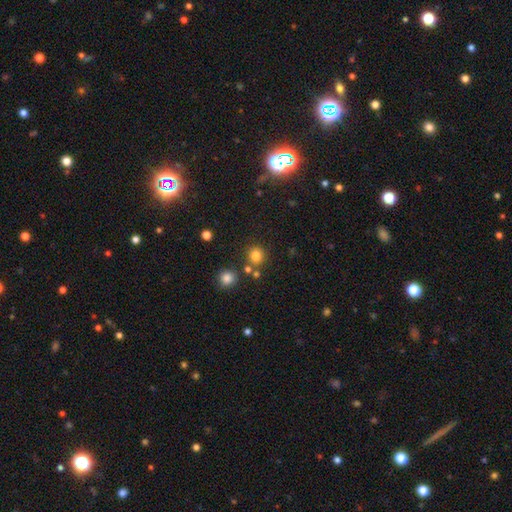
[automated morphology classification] This appears to be a smooth galaxy with no disk features (81%) that is round (87%). Merging: none (76%).